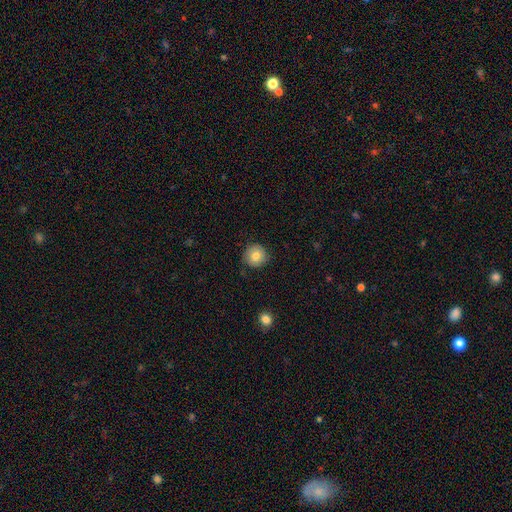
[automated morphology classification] This is likely a smooth galaxy (77%). How rounded: clearly round (92%). Merging: clearly none (83%).